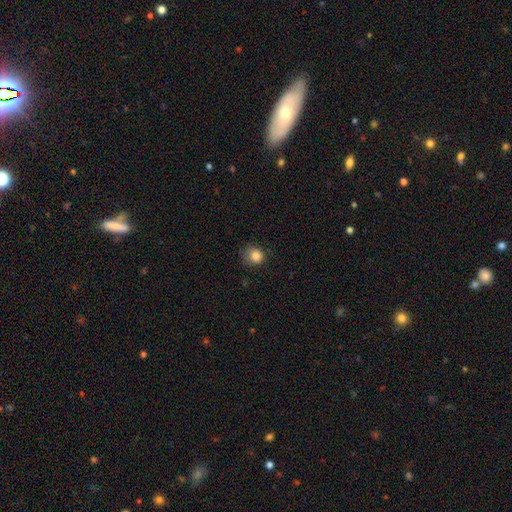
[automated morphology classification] Overall: smooth (83%). How rounded: round (82%). Merging: none (63%; minor disturbance 27%).